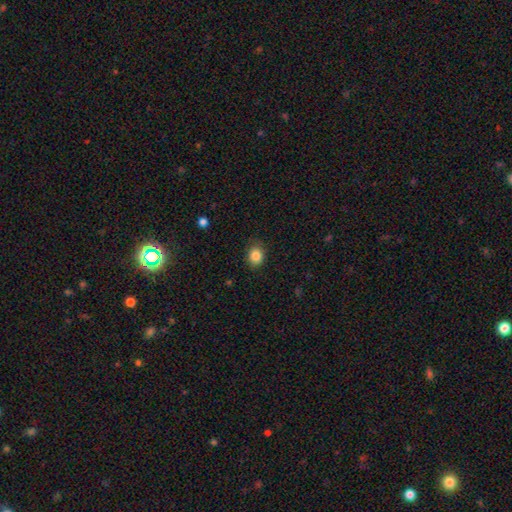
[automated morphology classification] Q: Smooth or featured?
A: smooth (86%); runner-up: star or artifact (9%)
Q: How rounded?
A: round (50%); runner-up: in between (49%)
Q: Merging?
A: none (84%); runner-up: minor disturbance (12%)